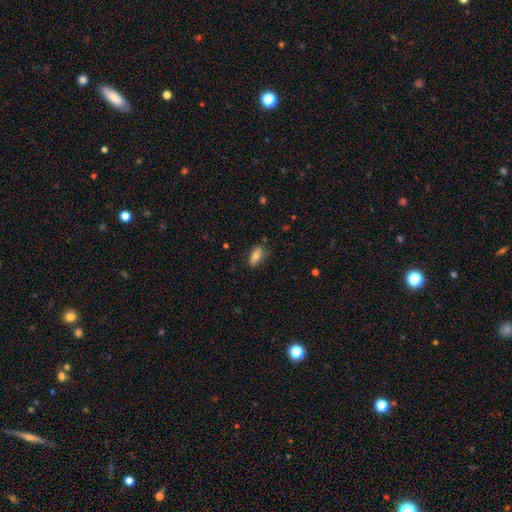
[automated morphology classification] A smooth galaxy with no disk features (75%) that is in between round and cigar-shaped (86%). Merging: none (76%).